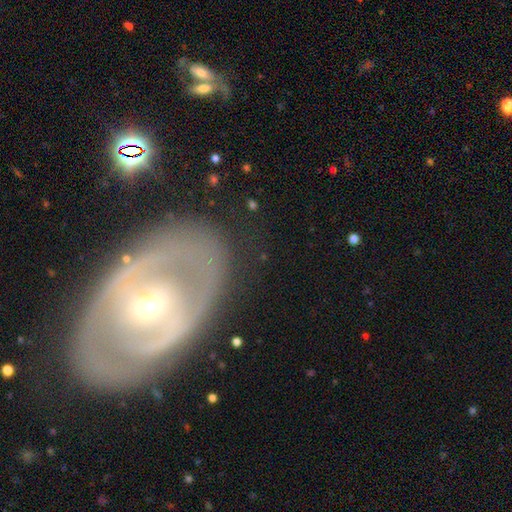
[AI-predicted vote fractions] Smooth or featured? featured or disk (76%)
Edge-on disk? no (93%)
Bar? no (52%)
Spiral arms? yes (57%)
Bulge size? small (73%)
Merging? none (77%)